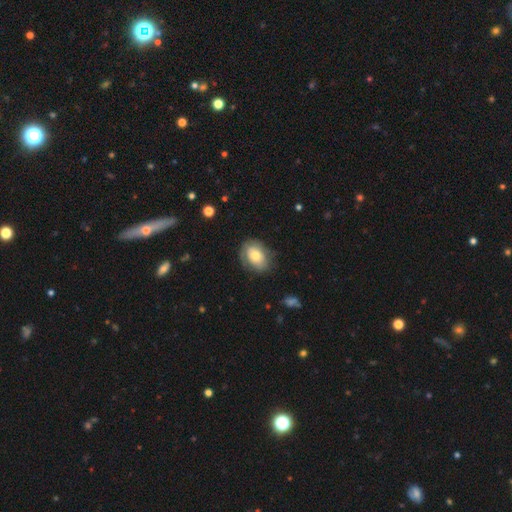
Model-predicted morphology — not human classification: smooth-or-featured: smooth: 58% | featured or disk: 34% | star or artifact: 7%
  how-rounded: in between: 72% | round: 27% | cigar-shaped: 1%
  merging: none: 68% | minor disturbance: 22% | major disturbance: 9% | merger: 1%